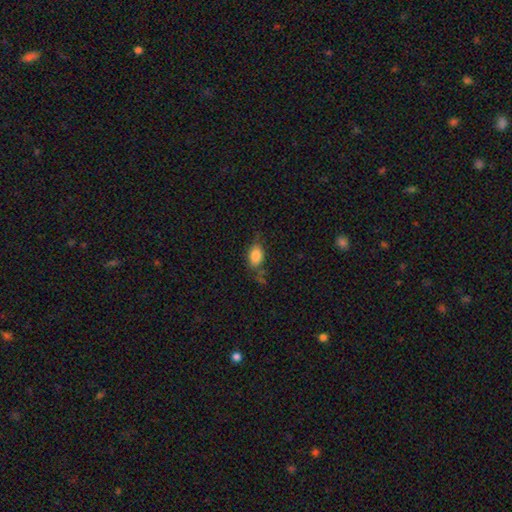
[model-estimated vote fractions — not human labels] A smooth galaxy with no disk features (82%) that is in between round and cigar-shaped (85%). Merging: none (64%).